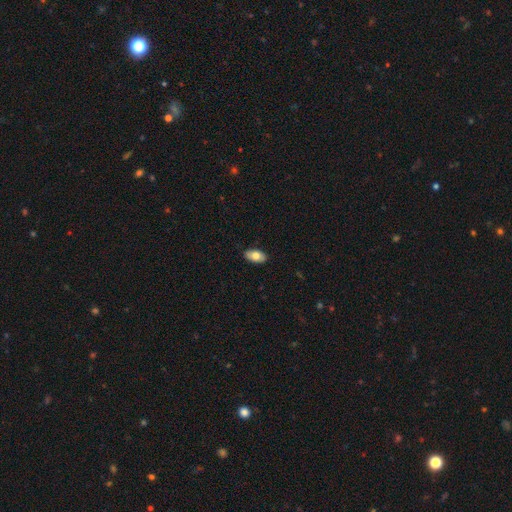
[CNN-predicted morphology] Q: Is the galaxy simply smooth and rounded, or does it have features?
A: smooth — 76%.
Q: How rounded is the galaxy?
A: in between — 94%.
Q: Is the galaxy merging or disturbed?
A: none — 88%.